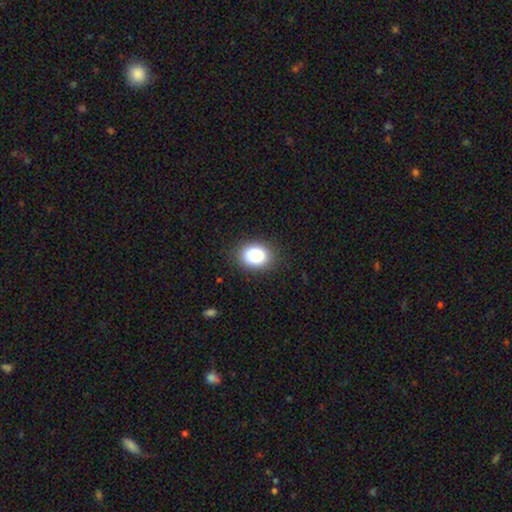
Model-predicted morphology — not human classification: smooth 87%, star or artifact 9%, featured or disk 4%. Down the decision tree: how rounded — in between (68%); merging — none (87%).